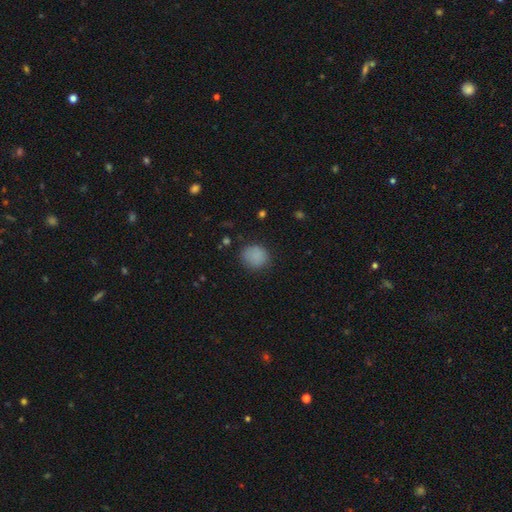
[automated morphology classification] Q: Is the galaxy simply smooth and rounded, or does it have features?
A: smooth — 85%.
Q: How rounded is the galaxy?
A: round — 83%.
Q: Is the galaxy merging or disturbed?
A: none — 79%.